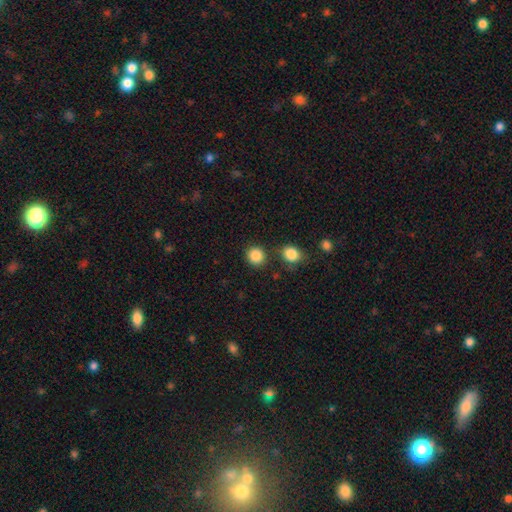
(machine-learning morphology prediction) Smooth or featured? smooth (87%)
How rounded? round (87%)
Merging? none (82%)